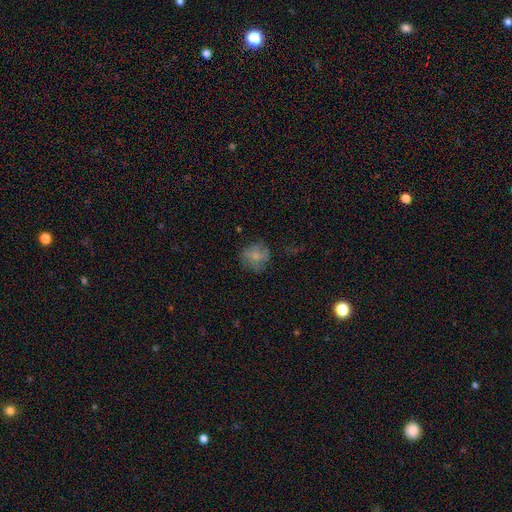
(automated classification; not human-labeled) Smooth or featured? smooth (65%)
How rounded? round (79%)
Merging? none (64%)